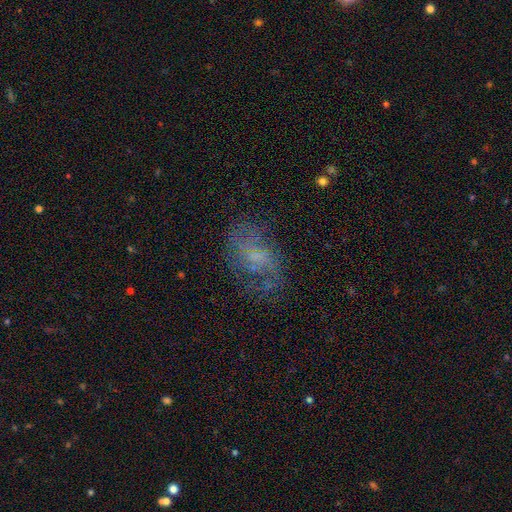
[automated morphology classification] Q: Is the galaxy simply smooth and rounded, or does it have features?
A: featured or disk — 53%.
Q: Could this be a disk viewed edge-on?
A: no — 96%.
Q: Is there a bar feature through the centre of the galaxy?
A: no — 58%.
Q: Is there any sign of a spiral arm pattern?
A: yes — 61%.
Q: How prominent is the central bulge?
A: small — 44%.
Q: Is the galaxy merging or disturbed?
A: none — 56%.